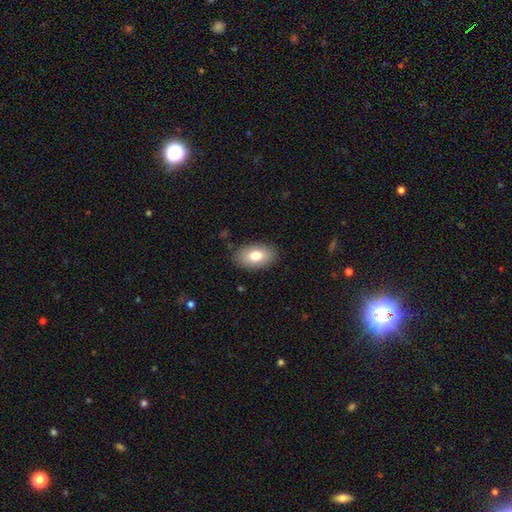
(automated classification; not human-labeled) smooth 78%, featured or disk 15%, star or artifact 7%. Down the decision tree: how rounded — in between (91%); merging — none (86%).